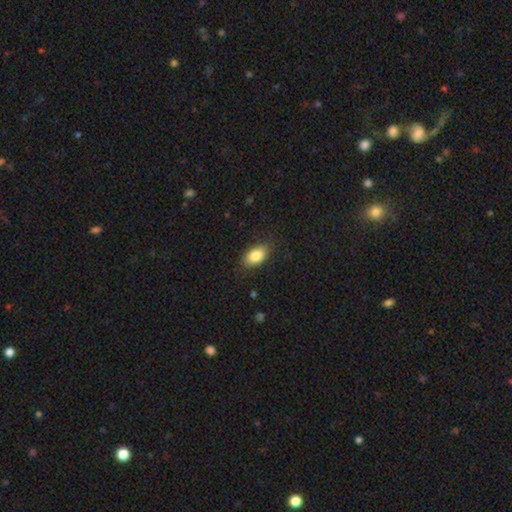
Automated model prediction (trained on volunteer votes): smooth-or-featured: smooth: 85% | featured or disk: 8% | star or artifact: 7%
  how-rounded: in between: 91% | round: 7% | cigar-shaped: 2%
  merging: none: 84% | minor disturbance: 12% | major disturbance: 3% | merger: 1%